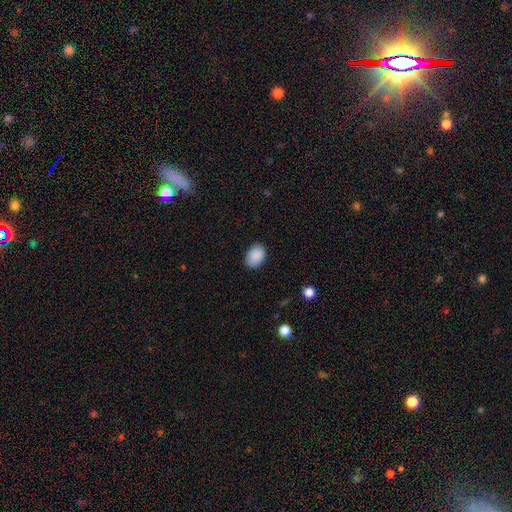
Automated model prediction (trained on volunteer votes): Morphology: type=smooth (90%); roundness=in between (78%); merging=none (85%).